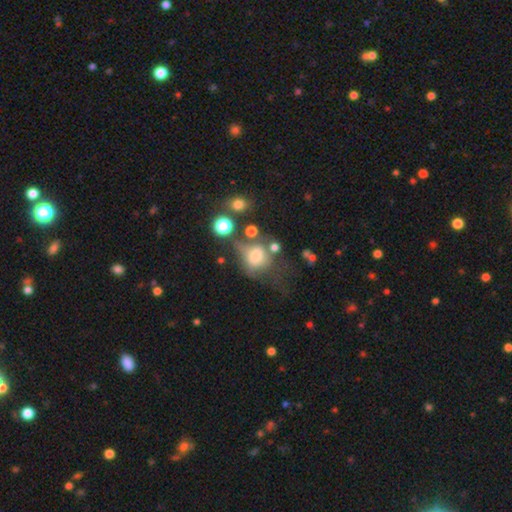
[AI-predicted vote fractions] Smooth or featured? smooth (61%)
How rounded? round (56%)
Merging? major disturbance (33%)